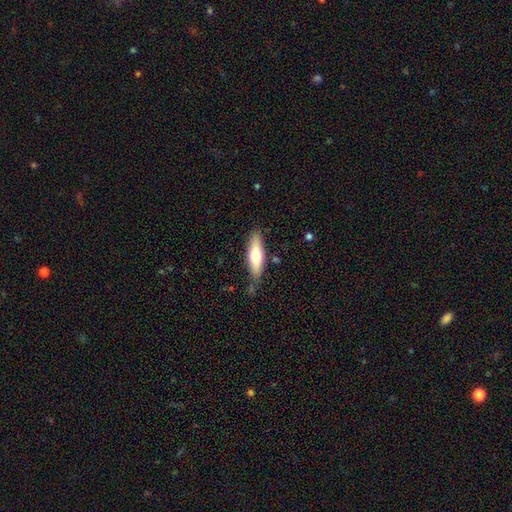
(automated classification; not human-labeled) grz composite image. It shows a smooth galaxy with no disk features (61%) that is cigar-shaped (57%). Merging: none (79%).